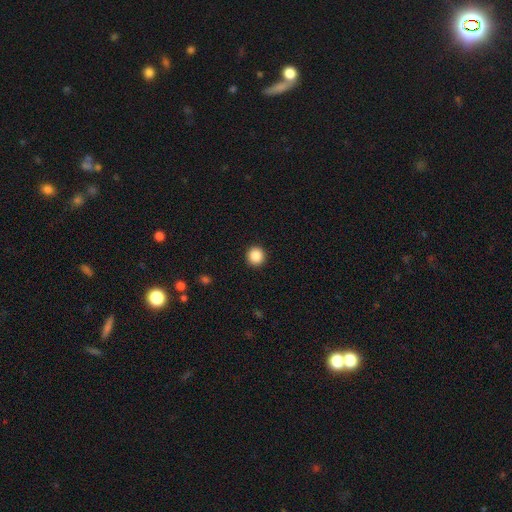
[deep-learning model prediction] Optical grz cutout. It shows a smooth galaxy with no disk features (87%) that is round (95%). Merging: none (93%).